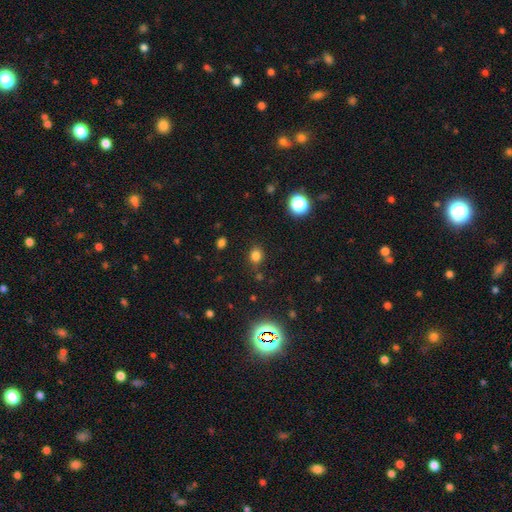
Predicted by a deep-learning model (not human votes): A smooth galaxy with no disk features (78%) that is round (66%). Merging: none (82%).